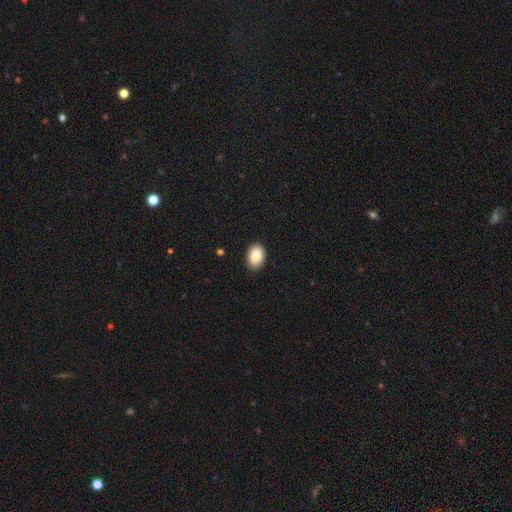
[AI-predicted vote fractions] A smooth galaxy with no disk features (88%) that is in between round and cigar-shaped (85%). Merging: none (88%).